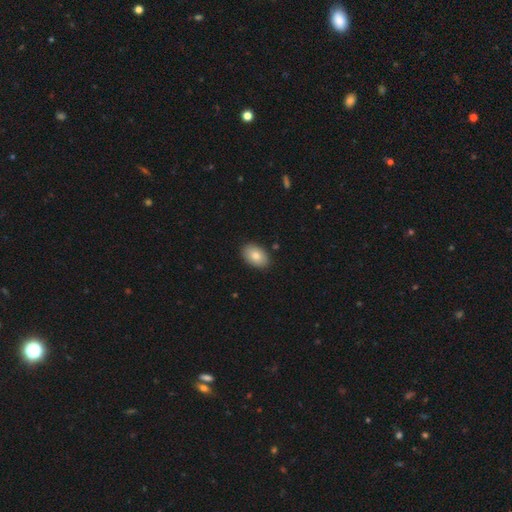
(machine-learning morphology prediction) The model was most divided on "smooth or featured": smooth: 83%, featured or disk: 11%, star or artifact: 7%. More confident: merging — none (89%); how rounded — in between (88%).